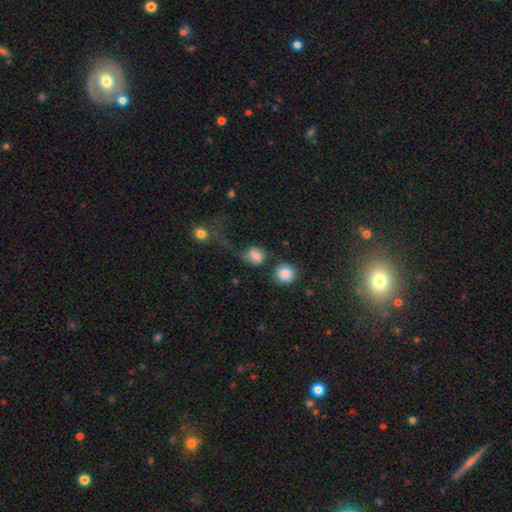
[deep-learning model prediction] A smooth galaxy with no disk features (77%) that is round (71%). Merging: none (37%).